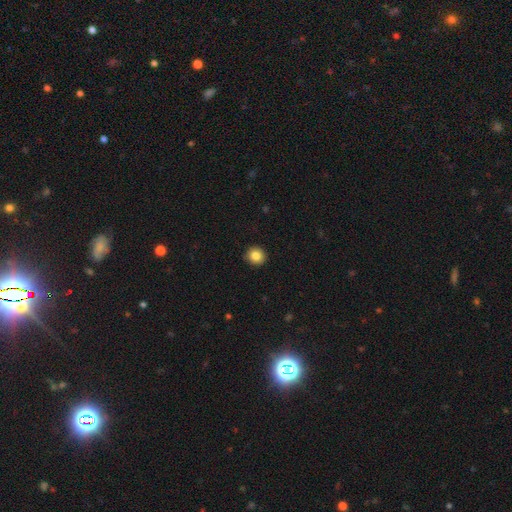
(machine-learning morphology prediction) Overall: smooth (85%). How rounded: round (89%). Merging: none (92%).